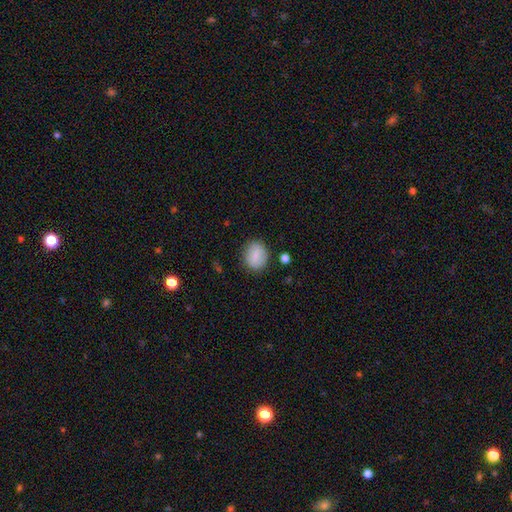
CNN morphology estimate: This is likely a smooth galaxy (79%). How rounded: possibly round (55%). Merging: clearly none (83%).